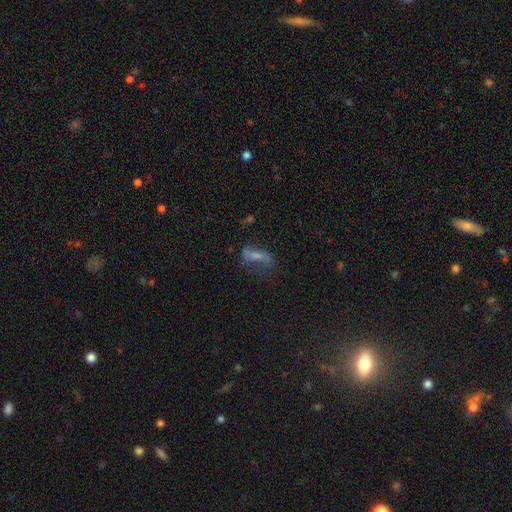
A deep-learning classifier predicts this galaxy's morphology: Q: Smooth or featured?
A: featured or disk (46%); runner-up: smooth (35%)
Q: Merging?
A: none (47%); runner-up: major disturbance (27%)